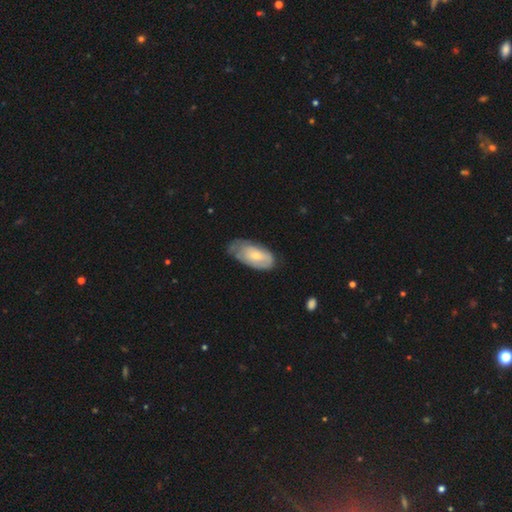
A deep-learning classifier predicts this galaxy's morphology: smooth_or_featured: smooth (p=0.54) [alt: featured or disk p=0.41]
how_rounded: in between (p=0.91) [alt: cigar-shaped p=0.06]
merging: none (p=0.44) [alt: minor disturbance p=0.39]